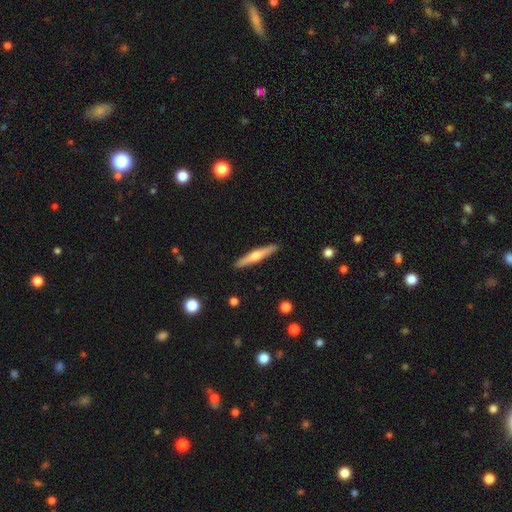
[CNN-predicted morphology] Smooth or featured: featured or disk — 59% (smooth — 36%)
Edge-on disk: yes — 97% (no — 3%)
Edge-on bulge: rounded — 91% (none — 6%)
Merging: none — 91% (minor disturbance — 6%)